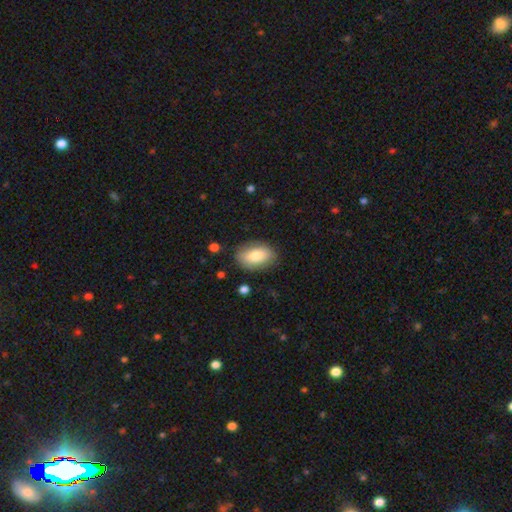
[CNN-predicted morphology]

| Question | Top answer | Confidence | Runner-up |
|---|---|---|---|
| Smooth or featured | smooth | 79% | featured or disk (14%) |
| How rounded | in between | 89% | round (9%) |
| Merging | none | 83% | minor disturbance (12%) |